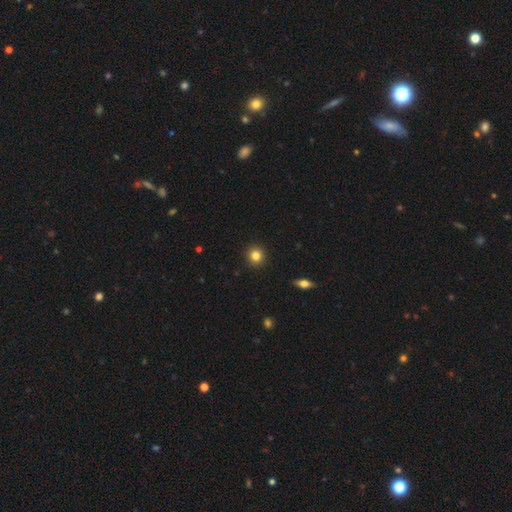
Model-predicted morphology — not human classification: The model was most divided on "smooth or featured": smooth: 83%, star or artifact: 11%, featured or disk: 7%. More confident: how rounded — round (93%); merging — none (93%).